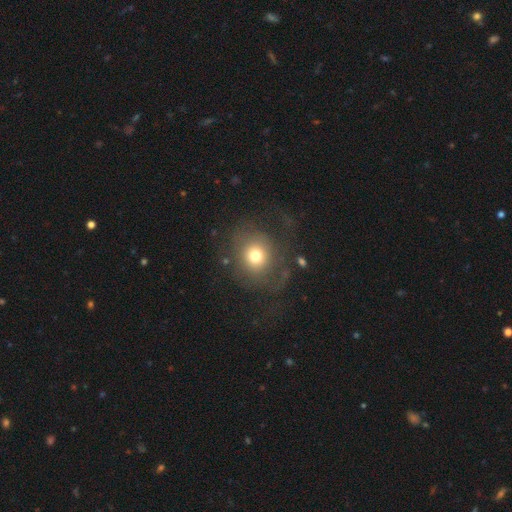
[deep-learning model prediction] Smooth or featured: smooth — 66% (featured or disk — 21%)
How rounded: round — 80% (in between — 20%)
Merging: none — 55% (major disturbance — 27%)